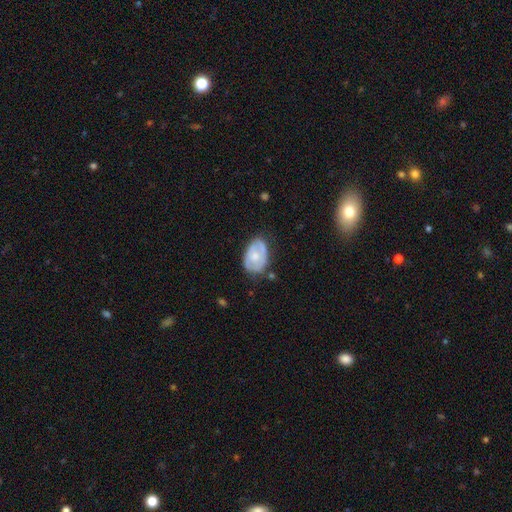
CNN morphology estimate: smooth_or_featured: smooth (p=0.49) [alt: featured or disk p=0.45]
merging: none (p=0.59) [alt: minor disturbance p=0.30]